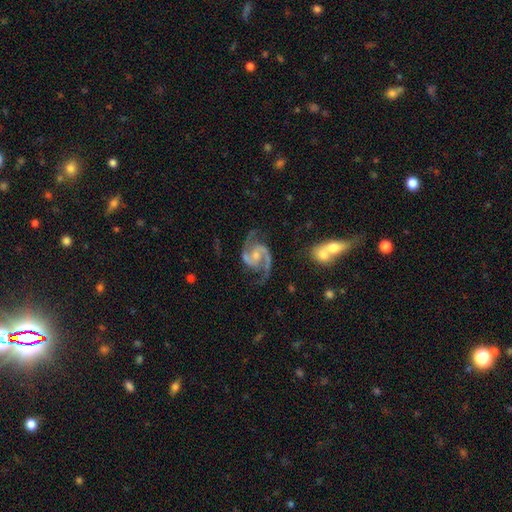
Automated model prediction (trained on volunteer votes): Smooth or featured? Predicted: featured or disk (p=0.93). Edge-on disk? Predicted: no (p=0.98). Bar? Predicted: no (p=0.48). Spiral arms? Predicted: yes (p=0.99). Spiral winding? Predicted: medium (p=0.66). Spiral arm count? Predicted: 2 (p=0.93). Bulge size? Predicted: small (p=0.52). Merging? Predicted: none (p=0.75).